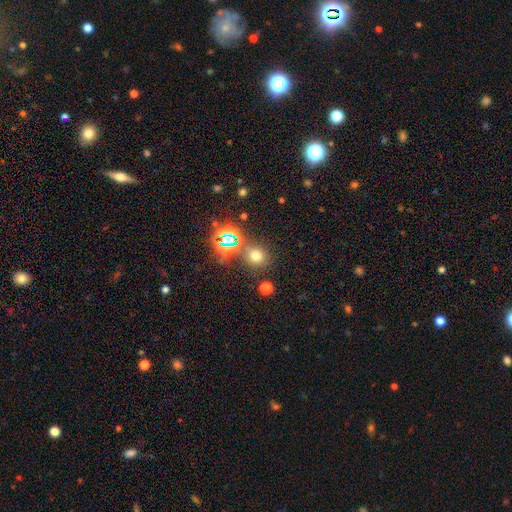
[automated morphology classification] smooth-or-featured: smooth: 61% | star or artifact: 32% | featured or disk: 8%
  how-rounded: round: 84% | in between: 15% | cigar-shaped: 1%
  merging: none: 78% | minor disturbance: 9% | merger: 9% | major disturbance: 4%